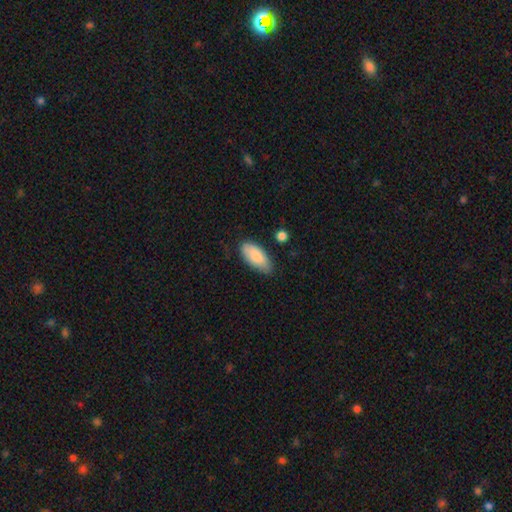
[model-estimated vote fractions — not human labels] Smooth or featured? Predicted: smooth (p=0.86). How rounded? Predicted: in between (p=0.91). Merging? Predicted: none (p=0.76).